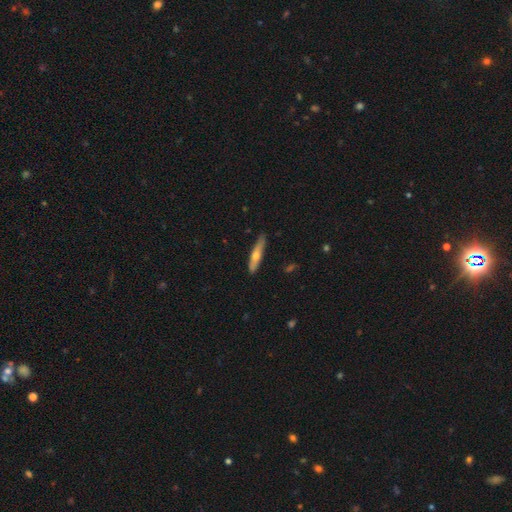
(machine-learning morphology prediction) Q: Smooth or featured?
A: smooth (53%); runner-up: featured or disk (41%)
Q: How rounded?
A: cigar-shaped (88%); runner-up: in between (11%)
Q: Merging?
A: none (85%); runner-up: minor disturbance (12%)